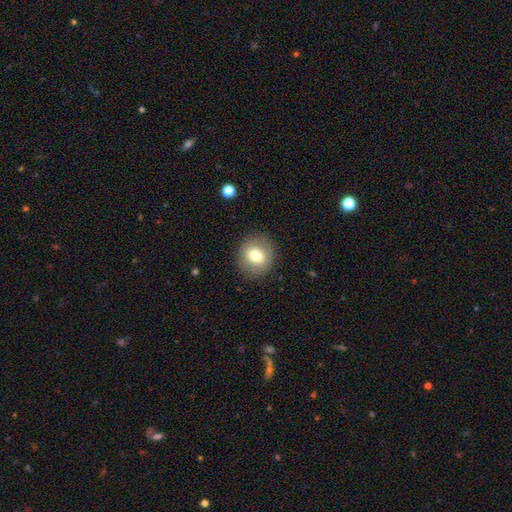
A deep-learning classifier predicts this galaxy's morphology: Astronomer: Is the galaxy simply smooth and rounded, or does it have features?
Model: smooth — 73%.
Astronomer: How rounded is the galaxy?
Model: round — 80%.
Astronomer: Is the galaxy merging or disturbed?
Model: none — 87%.